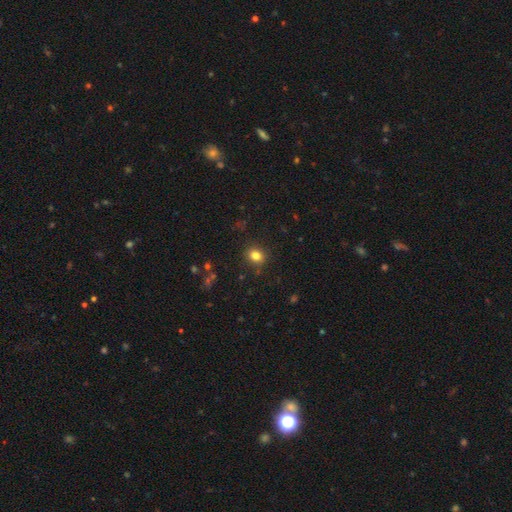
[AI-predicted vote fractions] Smooth or featured?
  - smooth: 82% *
  - star or artifact: 12%
  - featured or disk: 6%
How rounded?
  - round: 60% *
  - in between: 39%
  - cigar-shaped: 1%
Merging?
  - none: 86% *
  - minor disturbance: 10%
  - major disturbance: 3%
  - merger: 1%